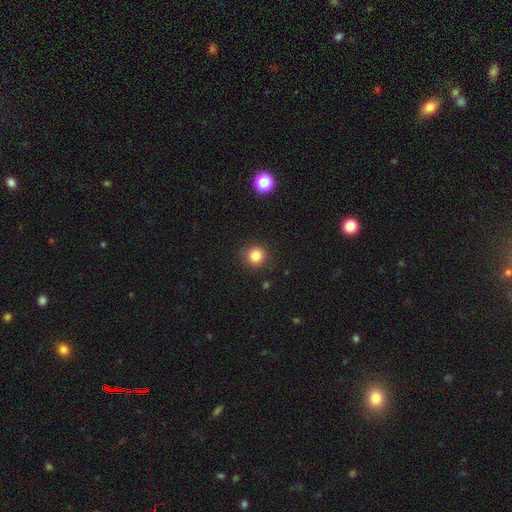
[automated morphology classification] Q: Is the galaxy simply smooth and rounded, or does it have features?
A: smooth — 84%.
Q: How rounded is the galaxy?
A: round — 91%.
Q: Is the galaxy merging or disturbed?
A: none — 86%.